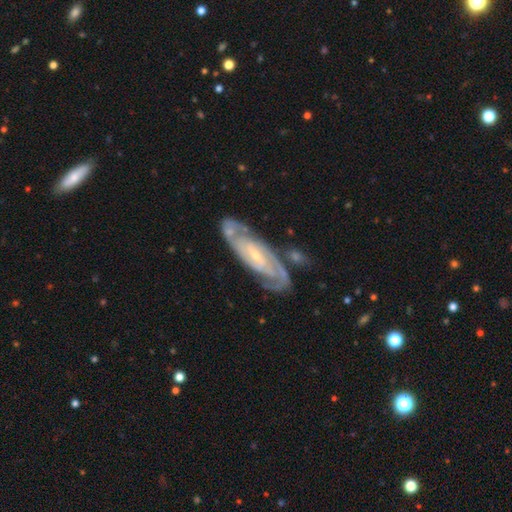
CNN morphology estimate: Smooth or featured?
  - featured or disk: 87% *
  - smooth: 8%
  - star or artifact: 5%
Edge-on disk?
  - no: 90% *
  - yes: 10%
Bar?
  - no: 41% *
  - weak: 38%
  - strong: 21%
Spiral arms?
  - yes: 96% *
  - no: 4%
Spiral winding?
  - tight: 65% *
  - medium: 29%
  - loose: 6%
Spiral arm count?
  - 2: 65% *
  - can't tell: 18%
  - 3: 9%
  - 4: 3%
  - 1: 3%
  - more than 4: 3%
Bulge size?
  - small: 75% *
  - moderate: 20%
  - none: 3%
  - large: 1%
  - dominant: 1%
Merging?
  - none: 70% *
  - minor disturbance: 16%
  - merger: 8%
  - major disturbance: 6%